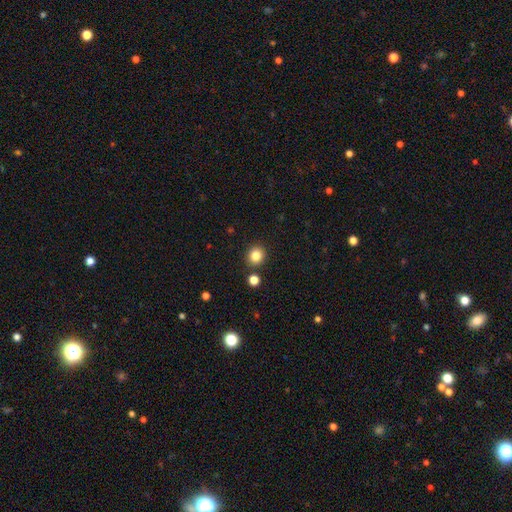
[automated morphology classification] type=smooth (84%); roundness=round (85%); merging=none (87%).